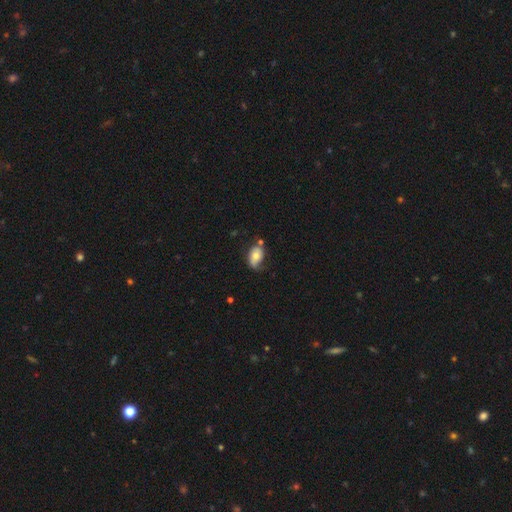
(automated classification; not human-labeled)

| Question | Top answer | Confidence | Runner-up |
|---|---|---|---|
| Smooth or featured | smooth | 60% | featured or disk (32%) |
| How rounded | in between | 85% | round (14%) |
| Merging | none | 48% | minor disturbance (32%) |